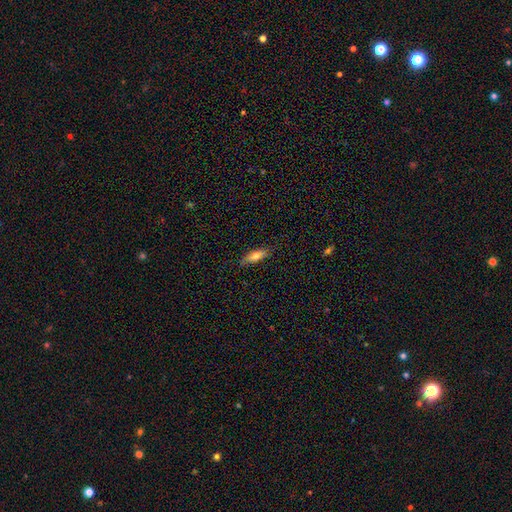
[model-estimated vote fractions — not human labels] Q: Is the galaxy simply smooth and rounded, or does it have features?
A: smooth — 72%.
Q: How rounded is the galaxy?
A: in between — 55%.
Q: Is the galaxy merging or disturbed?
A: none — 81%.